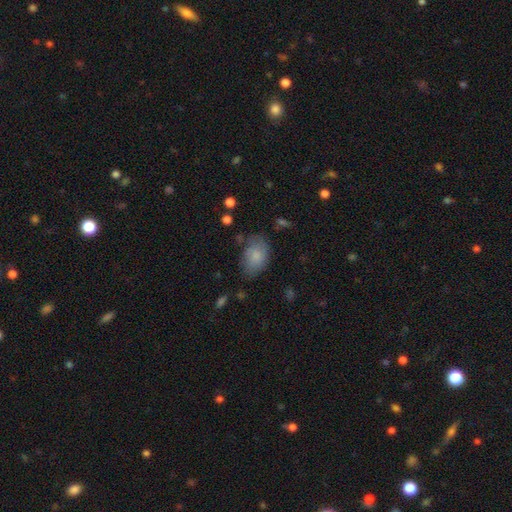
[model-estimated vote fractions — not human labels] Smooth or featured? Predicted: smooth (p=0.81). How rounded? Predicted: in between (p=0.86). Merging? Predicted: none (p=0.65).